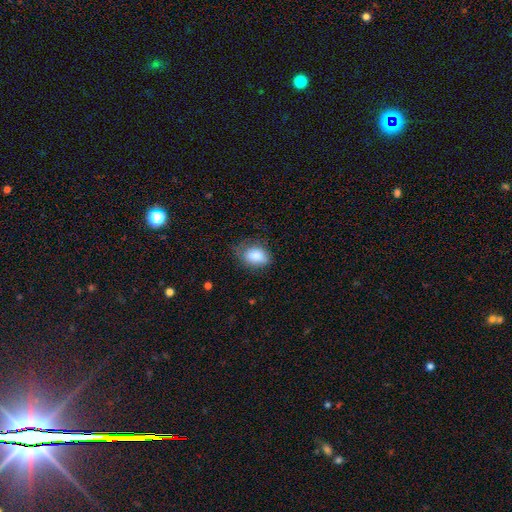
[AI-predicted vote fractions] smooth 85%, featured or disk 7%, star or artifact 7%. Down the decision tree: how rounded — in between (80%); merging — none (62%).